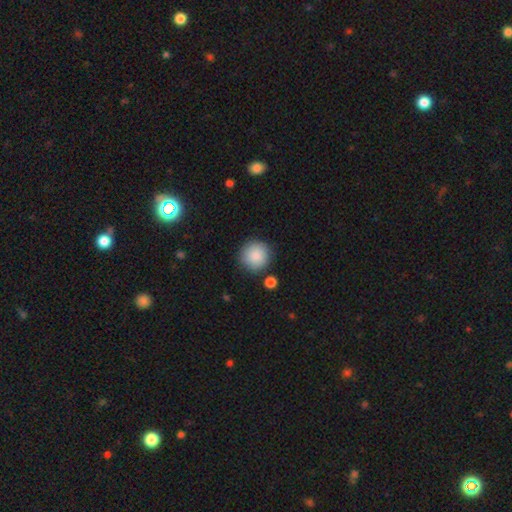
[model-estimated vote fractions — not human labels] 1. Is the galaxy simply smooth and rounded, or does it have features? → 87% smooth, 7% star or artifact, 5% featured or disk.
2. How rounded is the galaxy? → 95% round, 4% in between, 1% cigar-shaped.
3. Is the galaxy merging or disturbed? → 85% none, 8% minor disturbance, 4% merger, 2% major disturbance.